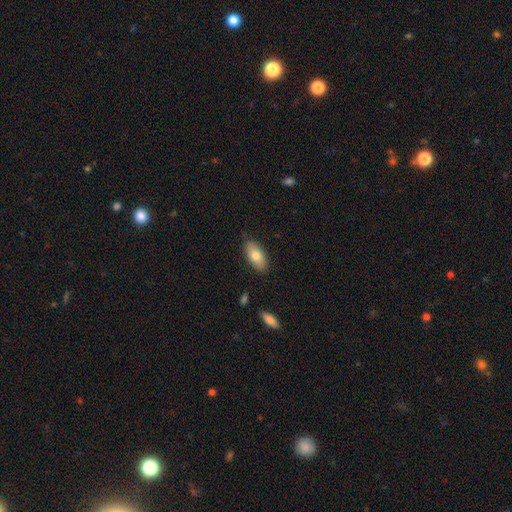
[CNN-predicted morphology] This is likely a smooth galaxy (76%). How rounded: clearly in between (90%). Merging: clearly none (85%).